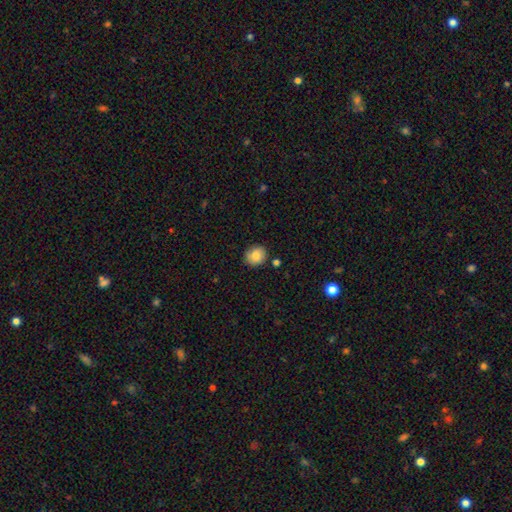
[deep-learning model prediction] Smooth or featured?
  - smooth: 83% *
  - star or artifact: 9%
  - featured or disk: 8%
How rounded?
  - round: 79% *
  - in between: 20%
  - cigar-shaped: 1%
Merging?
  - none: 81% *
  - minor disturbance: 13%
  - merger: 4%
  - major disturbance: 3%